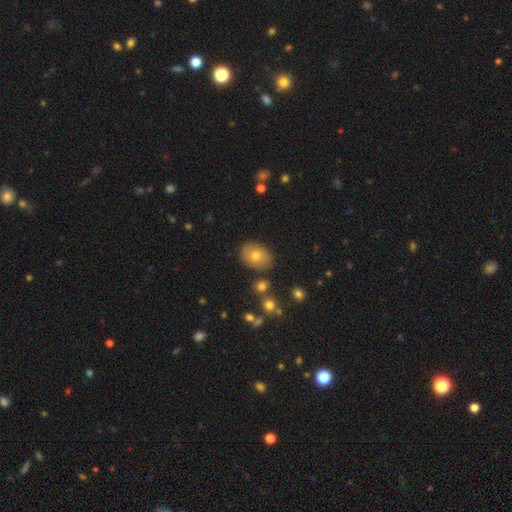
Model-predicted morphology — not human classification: Smooth or featured? Predicted: smooth (p=0.73). How rounded? Predicted: in between (p=0.63). Merging? Predicted: none (p=0.81).